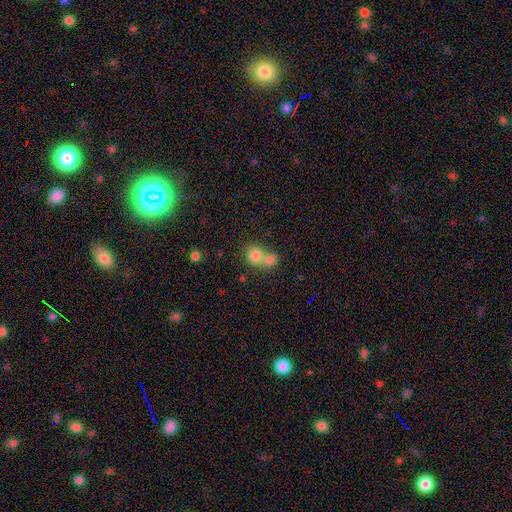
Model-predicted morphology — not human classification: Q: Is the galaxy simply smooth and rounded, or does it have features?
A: smooth — 78%.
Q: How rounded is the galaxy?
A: round — 78%.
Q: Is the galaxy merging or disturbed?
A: merger — 58%.